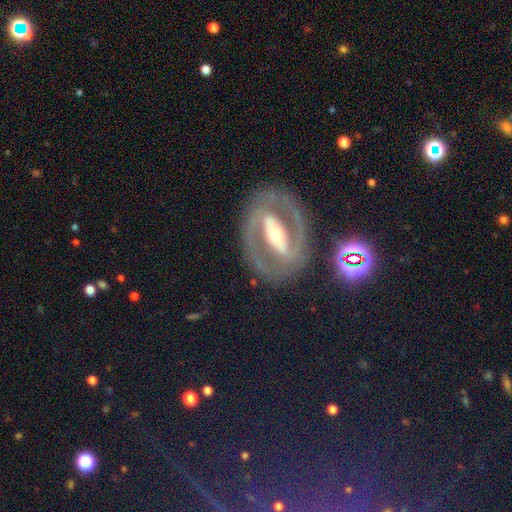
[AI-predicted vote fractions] Morphology: type=featured or disk (72%); edge-on=no (86%); bar=strong (61%); spiral arms=yes (70%); bulge=moderate (63%); merging=none (77%).